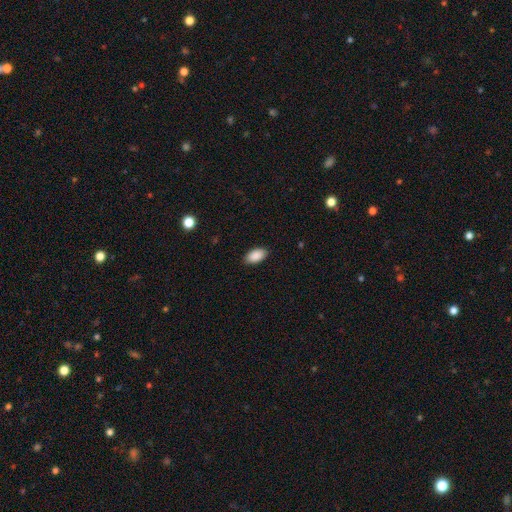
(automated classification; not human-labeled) Smooth or featured: smooth — 90% (star or artifact — 7%)
How rounded: in between — 95% (round — 3%)
Merging: none — 86% (minor disturbance — 10%)